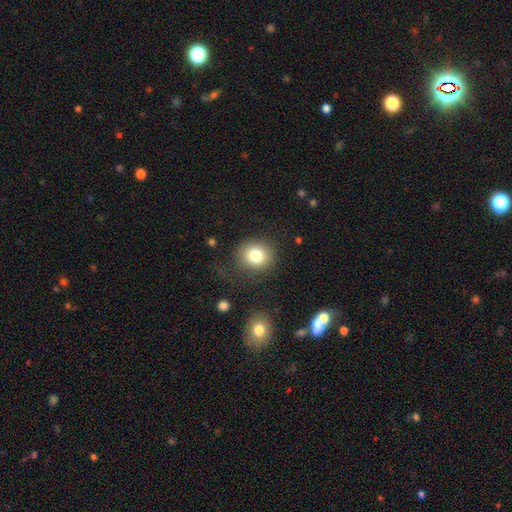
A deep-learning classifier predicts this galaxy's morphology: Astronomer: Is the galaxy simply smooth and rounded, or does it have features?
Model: smooth — 79%.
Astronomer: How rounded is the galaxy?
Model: round — 82%.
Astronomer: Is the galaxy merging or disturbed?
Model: none — 80%.